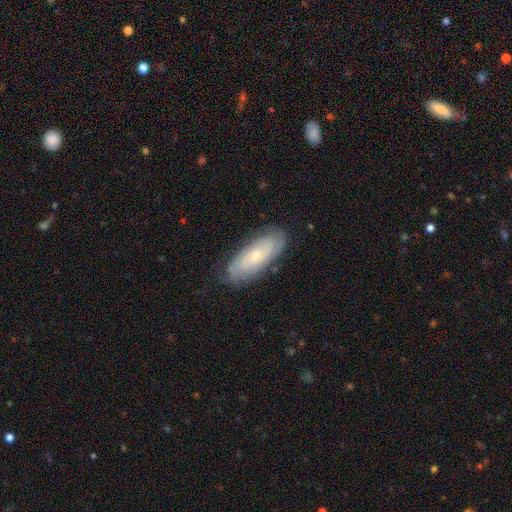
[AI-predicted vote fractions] Overall: featured or disk (60%; smooth 33%). Edge-on disk: no (87%). Bar: no (73%). Spiral arms: yes (86%). Bulge size: small (70%). Merging: none (81%).